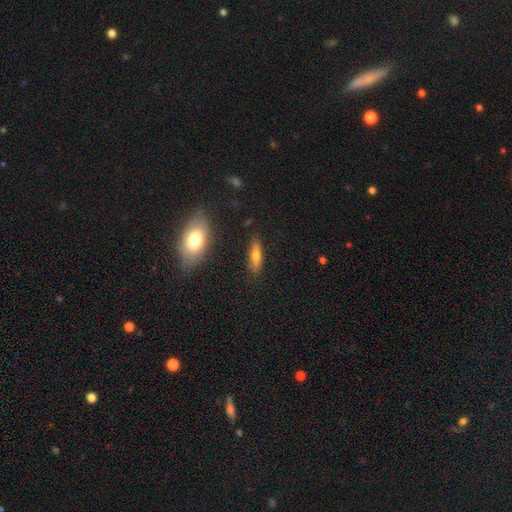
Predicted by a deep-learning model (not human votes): Smooth or featured?
  - smooth: 65% *
  - featured or disk: 28%
  - star or artifact: 8%
How rounded?
  - cigar-shaped: 55% *
  - in between: 42%
  - round: 3%
Merging?
  - none: 84% *
  - minor disturbance: 11%
  - major disturbance: 3%
  - merger: 2%